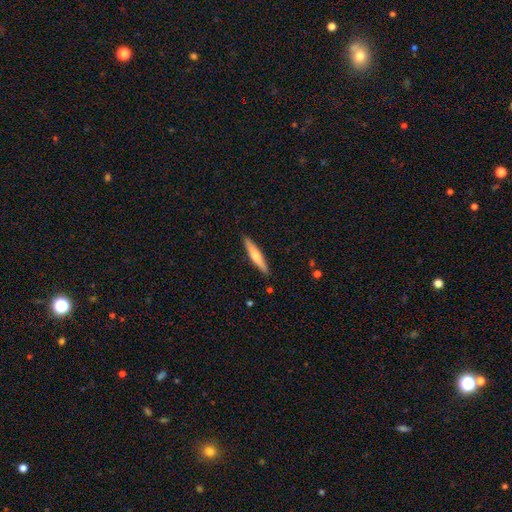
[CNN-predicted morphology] smooth 56%, featured or disk 39%, star or artifact 5%. Down the decision tree: how rounded — cigar-shaped (90%); merging — none (89%).